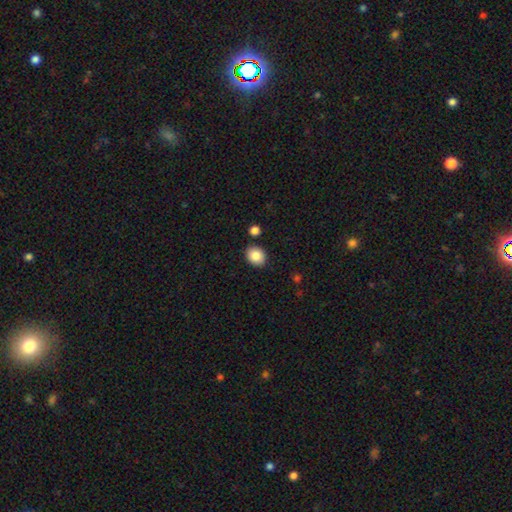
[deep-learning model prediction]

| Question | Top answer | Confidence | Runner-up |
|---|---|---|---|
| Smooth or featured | smooth | 87% | star or artifact (8%) |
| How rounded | in between | 50% | round (49%) |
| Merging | none | 87% | minor disturbance (8%) |